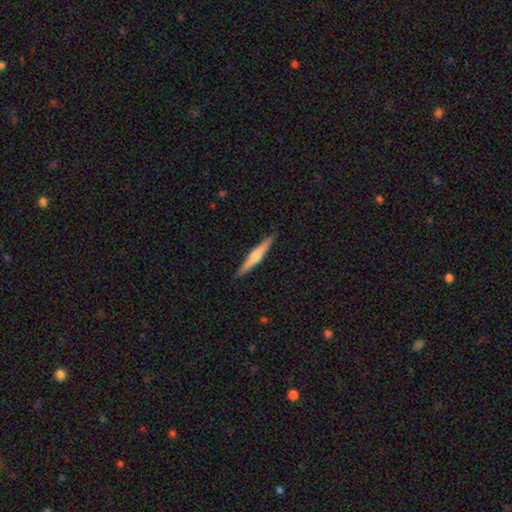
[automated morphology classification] featured or disk 59%, smooth 35%, star or artifact 6%. Down the decision tree: edge-on disk — yes (98%); edge-on bulge — rounded (74%); merging — none (91%).